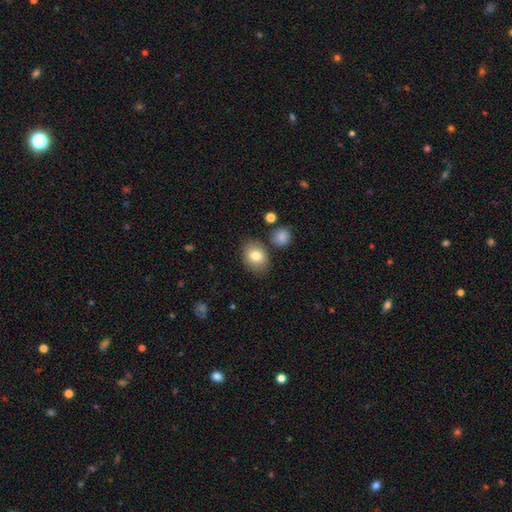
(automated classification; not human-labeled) Smooth or featured? smooth (80%)
How rounded? in between (61%)
Merging? none (79%)